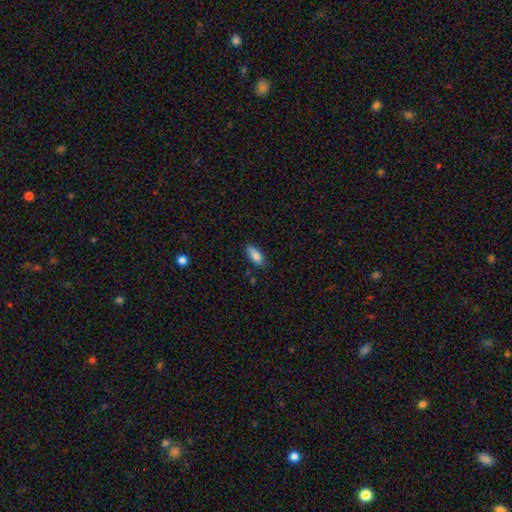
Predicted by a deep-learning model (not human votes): Overall: smooth (83%). How rounded: in between (86%). Merging: none (78%).